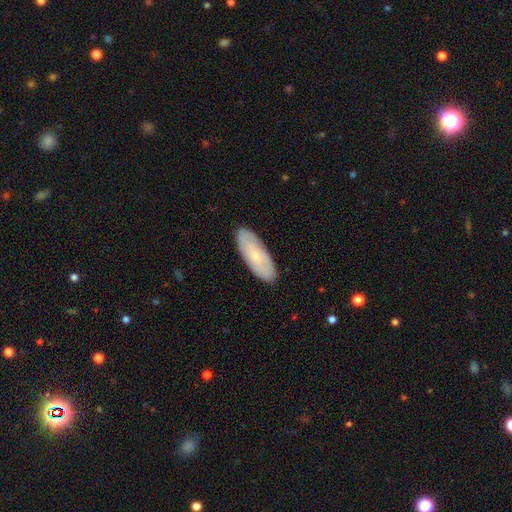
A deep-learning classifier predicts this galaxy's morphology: Smooth or featured?
  - smooth: 59% *
  - featured or disk: 35%
  - star or artifact: 6%
How rounded?
  - in between: 71% *
  - cigar-shaped: 27%
  - round: 2%
Merging?
  - none: 87% *
  - minor disturbance: 10%
  - major disturbance: 2%
  - merger: 1%